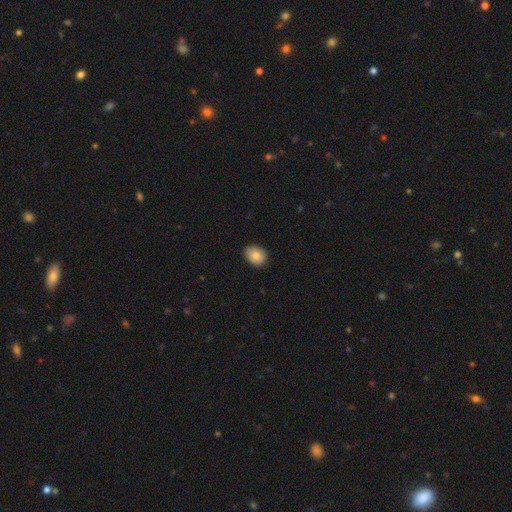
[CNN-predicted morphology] A smooth galaxy with no disk features (85%) that is in between round and cigar-shaped (56%). Merging: none (83%).